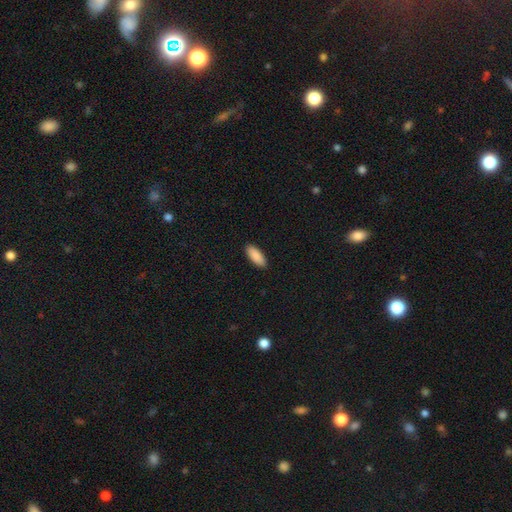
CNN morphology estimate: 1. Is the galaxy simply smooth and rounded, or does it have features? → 91% smooth, 6% star or artifact, 4% featured or disk.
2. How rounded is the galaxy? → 79% in between, 20% cigar-shaped, 2% round.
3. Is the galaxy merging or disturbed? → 91% none, 7% minor disturbance, 2% major disturbance, 1% merger.